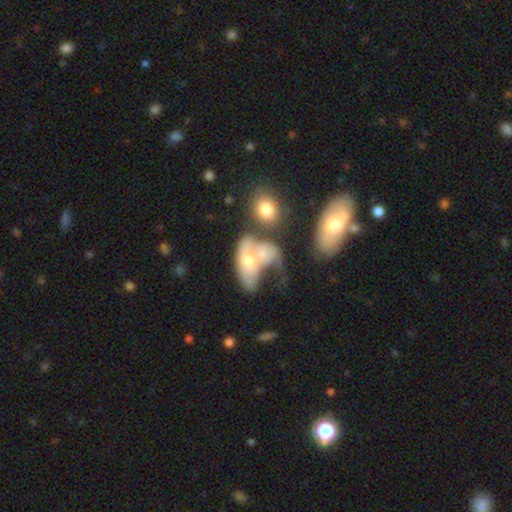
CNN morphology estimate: smooth-or-featured: featured or disk: 48% | smooth: 42% | star or artifact: 10%
  merging: merger: 58% | major disturbance: 19% | none: 13% | minor disturbance: 10%